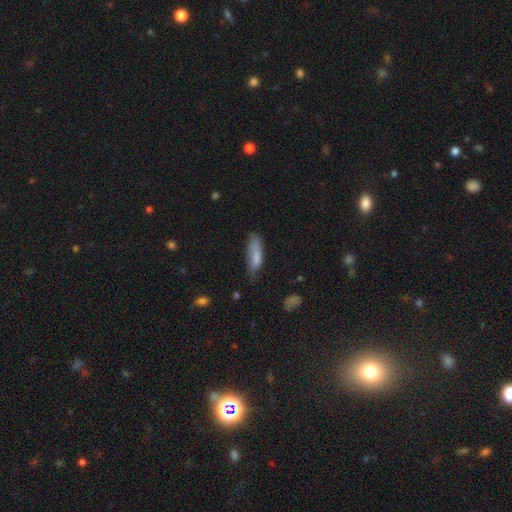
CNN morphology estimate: Smooth or featured? Predicted: smooth (p=0.77). How rounded? Predicted: in between (p=0.51). Merging? Predicted: none (p=0.47).